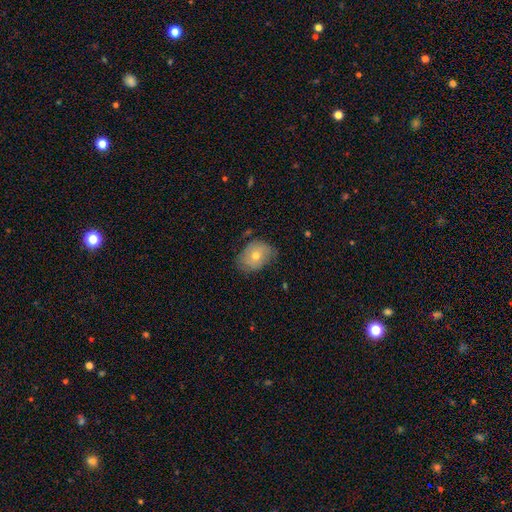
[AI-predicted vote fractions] Morphology: type=smooth (59%); roundness=in between (63%); merging=none (66%).